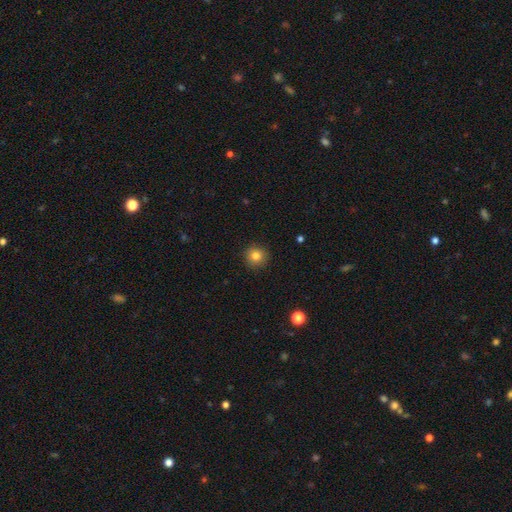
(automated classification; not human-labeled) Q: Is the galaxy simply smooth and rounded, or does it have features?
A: smooth — 82%.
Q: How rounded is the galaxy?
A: round — 94%.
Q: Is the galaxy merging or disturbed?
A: none — 92%.